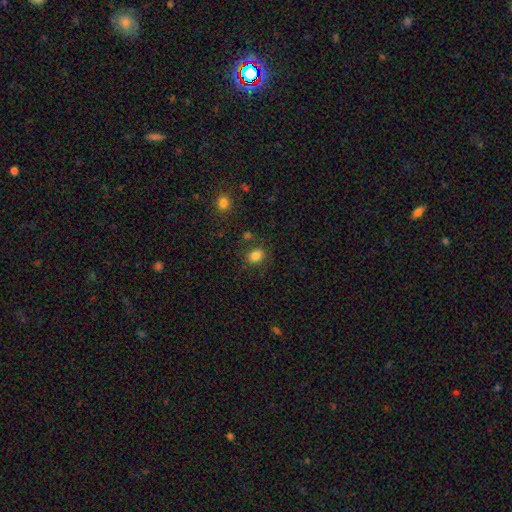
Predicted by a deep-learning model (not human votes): smooth_or_featured: smooth (p=0.83) [alt: star or artifact p=0.11]
how_rounded: round (p=0.56) [alt: in between p=0.43]
merging: none (p=0.78) [alt: minor disturbance p=0.12]